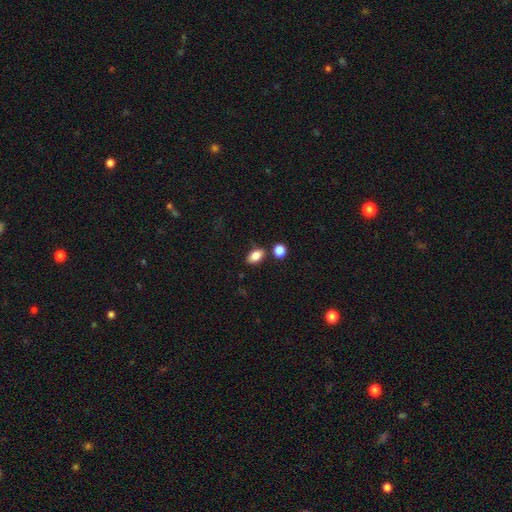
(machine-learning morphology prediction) smooth-or-featured: smooth: 84% | star or artifact: 9% | featured or disk: 8%
  how-rounded: in between: 88% | round: 10% | cigar-shaped: 3%
  merging: none: 77% | minor disturbance: 12% | merger: 8% | major disturbance: 3%